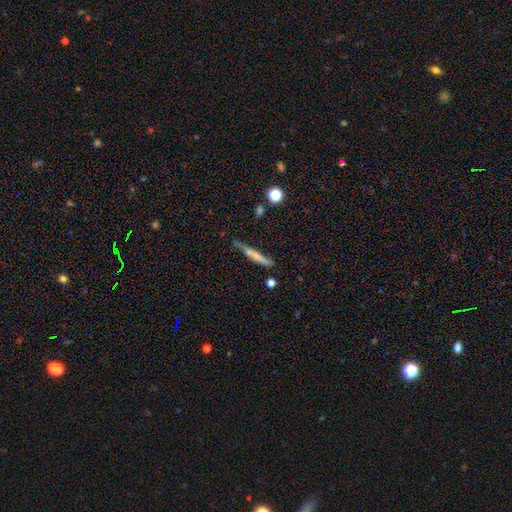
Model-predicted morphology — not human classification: smooth-or-featured: smooth: 53% | featured or disk: 39% | star or artifact: 8%
  how-rounded: cigar-shaped: 93% | in between: 5% | round: 2%
  merging: none: 66% | minor disturbance: 21% | merger: 6% | major disturbance: 6%